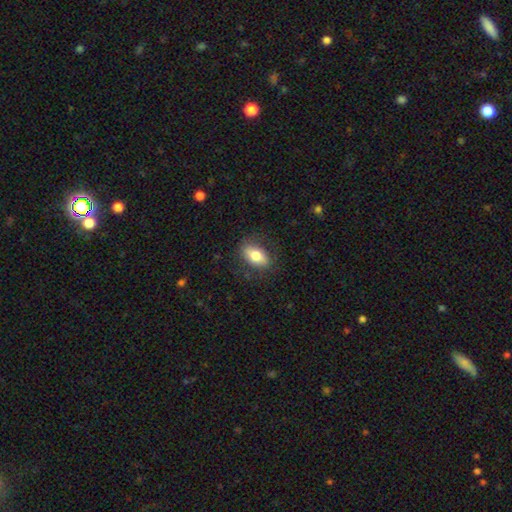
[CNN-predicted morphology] A smooth galaxy with no disk features (74%) that is in between round and cigar-shaped (86%).

Vote fractions:
- Smooth or featured? smooth: 74% / featured or disk: 19% / star or artifact: 7%
- How rounded? in between: 86% / round: 8% / cigar-shaped: 6%
- Merging? none: 80% / minor disturbance: 15% / major disturbance: 5% / merger: 1%